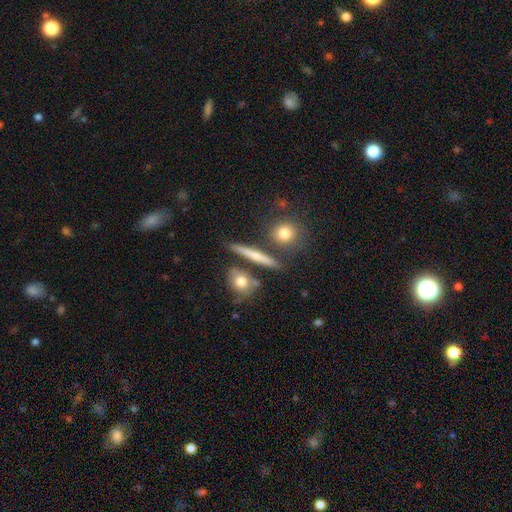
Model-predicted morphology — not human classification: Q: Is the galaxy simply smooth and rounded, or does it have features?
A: smooth — 52%.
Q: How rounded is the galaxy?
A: cigar-shaped — 67%.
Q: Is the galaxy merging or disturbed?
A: none — 79%.